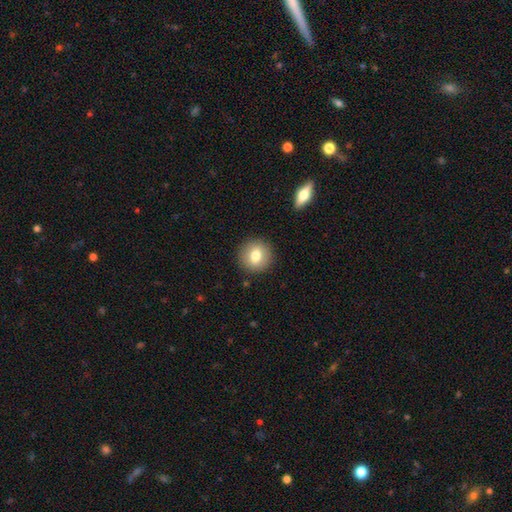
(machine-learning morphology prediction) This is likely a smooth galaxy (75%). How rounded: clearly round (89%). Merging: clearly none (90%).